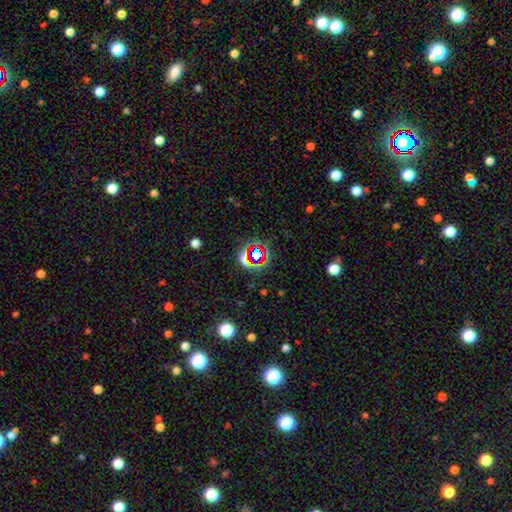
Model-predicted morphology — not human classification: smooth-or-featured: star or artifact: 62% | smooth: 25% | featured or disk: 13%